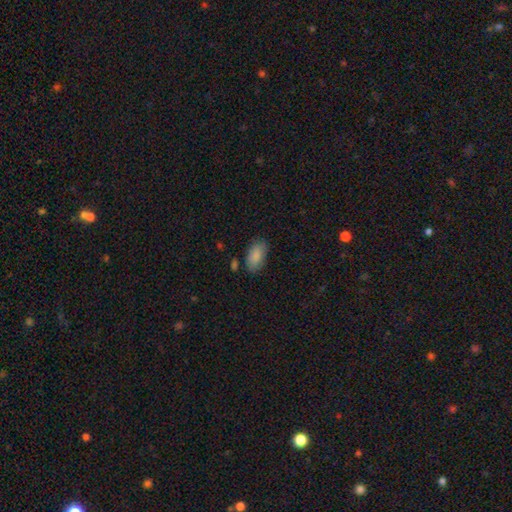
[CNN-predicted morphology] smooth_or_featured: smooth (p=0.88) [alt: star or artifact p=0.06]
how_rounded: in between (p=0.94) [alt: round p=0.03]
merging: none (p=0.81) [alt: minor disturbance p=0.14]